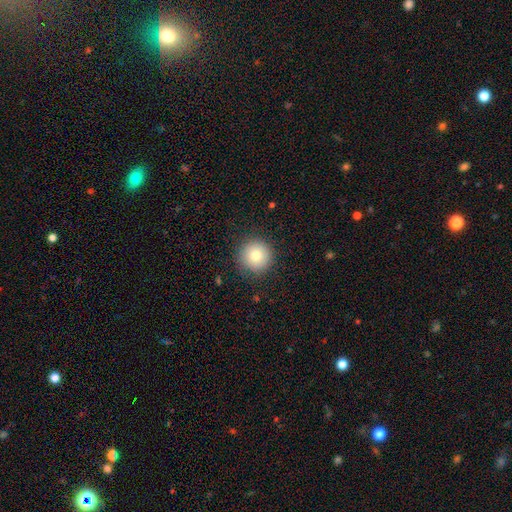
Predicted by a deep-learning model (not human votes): Smooth or featured? Predicted: smooth (p=0.77). How rounded? Predicted: round (p=0.96). Merging? Predicted: none (p=0.89).